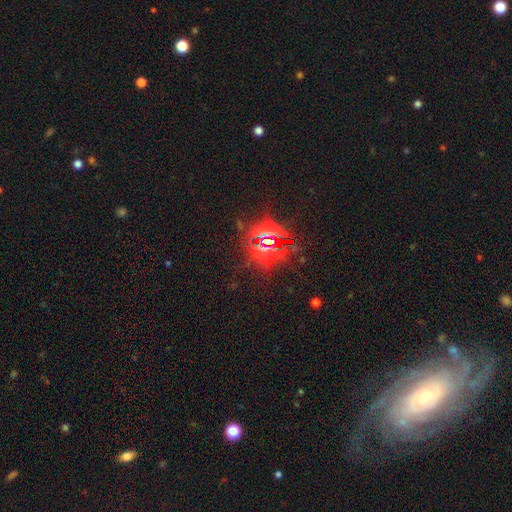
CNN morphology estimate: The model was most divided on "smooth or featured": star or artifact: 50%, featured or disk: 35%, smooth: 15%.